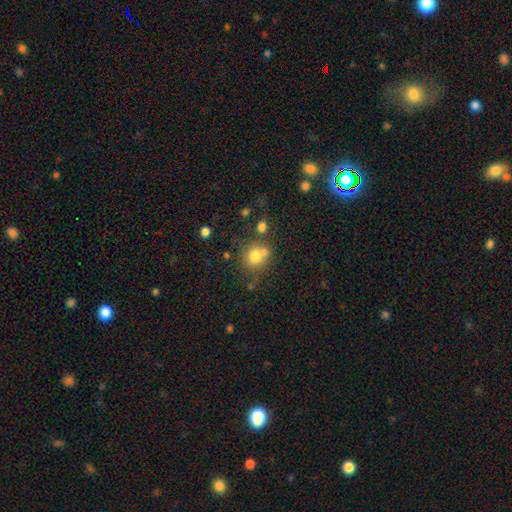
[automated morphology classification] This appears to be a smooth galaxy with no disk features (74%) that is round (80%). Merging: none (50%).